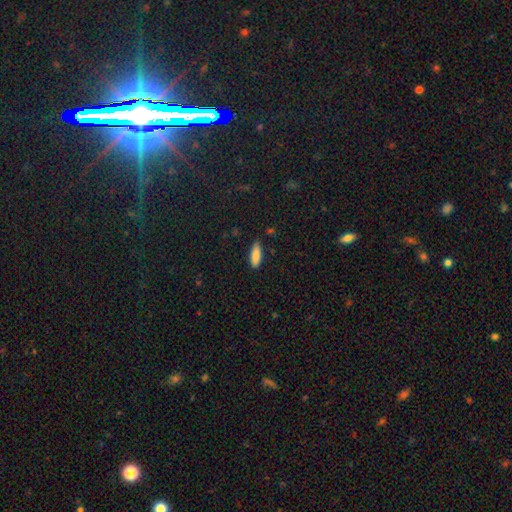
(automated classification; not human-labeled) smooth 85%, featured or disk 8%, star or artifact 7%. Down the decision tree: how rounded — in between (62%); merging — none (83%).